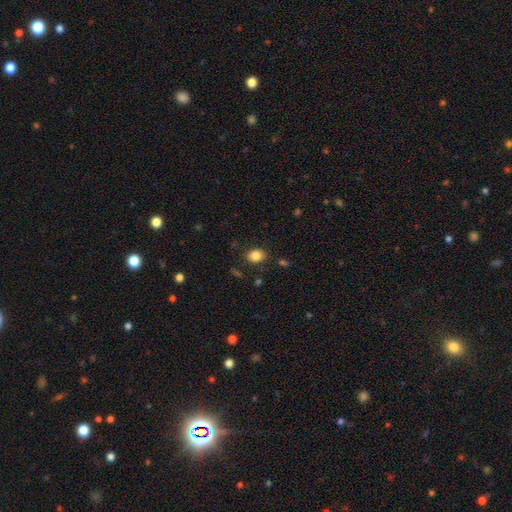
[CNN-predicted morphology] Overall: smooth (84%). How rounded: in between (55%; round 44%). Merging: none (84%).